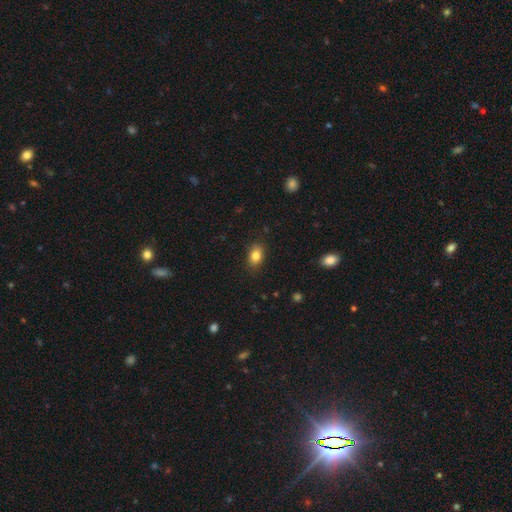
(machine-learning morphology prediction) Q: Smooth or featured?
A: smooth (83%); runner-up: star or artifact (9%)
Q: How rounded?
A: in between (81%); runner-up: round (17%)
Q: Merging?
A: none (86%); runner-up: minor disturbance (10%)